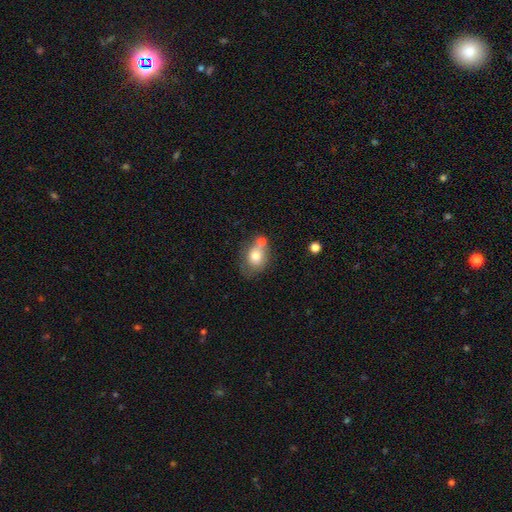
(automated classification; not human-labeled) Overall: smooth (73%). How rounded: in between (57%; round 42%). Merging: none (46%; merger 30%).